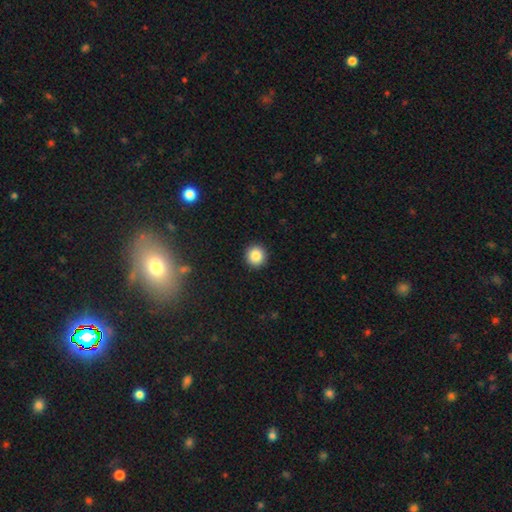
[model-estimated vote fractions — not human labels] smooth-or-featured: smooth: 85% | star or artifact: 10% | featured or disk: 5%
  how-rounded: round: 94% | in between: 5% | cigar-shaped: 1%
  merging: none: 93% | minor disturbance: 5% | major disturbance: 2% | merger: 1%